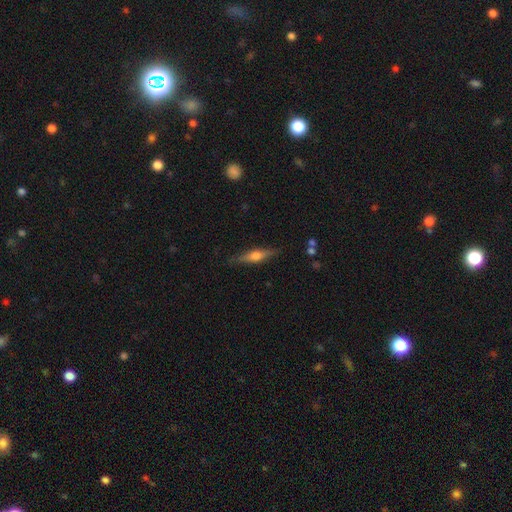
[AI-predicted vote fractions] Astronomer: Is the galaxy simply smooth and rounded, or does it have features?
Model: featured or disk — 62%.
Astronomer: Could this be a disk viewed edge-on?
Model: yes — 96%.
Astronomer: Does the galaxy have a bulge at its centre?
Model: rounded — 88%.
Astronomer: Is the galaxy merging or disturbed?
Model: none — 86%.